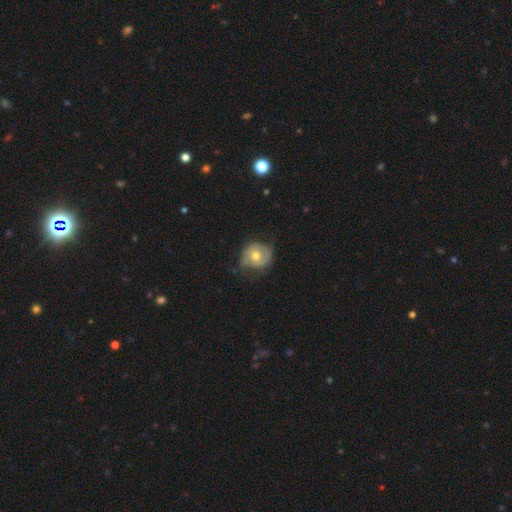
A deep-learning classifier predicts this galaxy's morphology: A smooth galaxy with no disk features (54%) that is round (76%). Merging: none (55%).